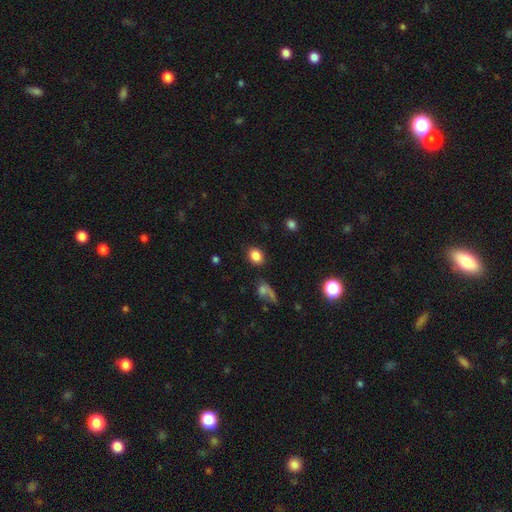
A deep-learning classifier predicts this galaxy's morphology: smooth-or-featured: smooth: 84% | star or artifact: 10% | featured or disk: 6%
  how-rounded: in between: 56% | round: 42% | cigar-shaped: 1%
  merging: none: 84% | minor disturbance: 9% | major disturbance: 4% | merger: 3%